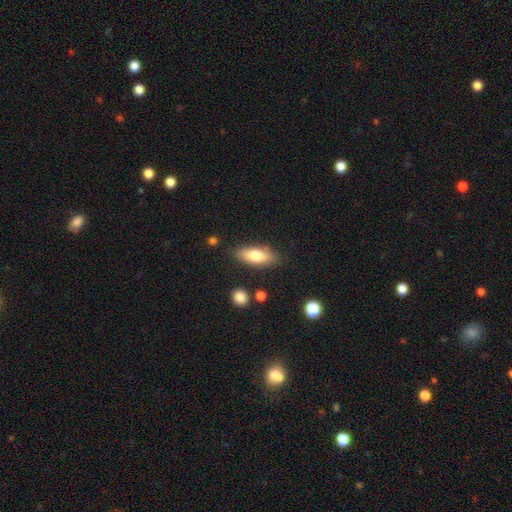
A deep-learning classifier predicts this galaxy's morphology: This is likely a smooth galaxy (74%). How rounded: likely in between (71%). Merging: clearly none (81%).